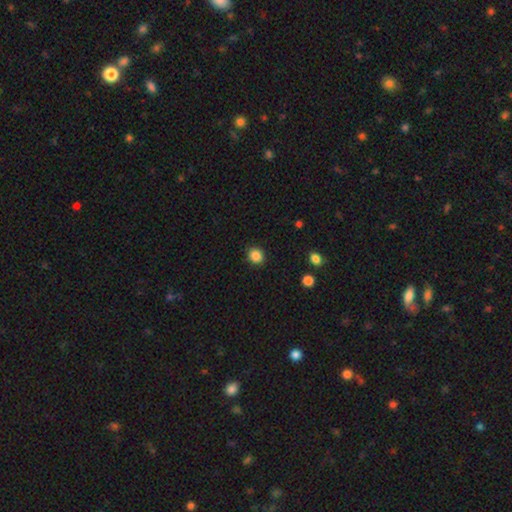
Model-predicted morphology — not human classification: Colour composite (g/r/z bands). It shows a smooth galaxy with no disk features (86%) that is round (76%). Merging: none (90%).